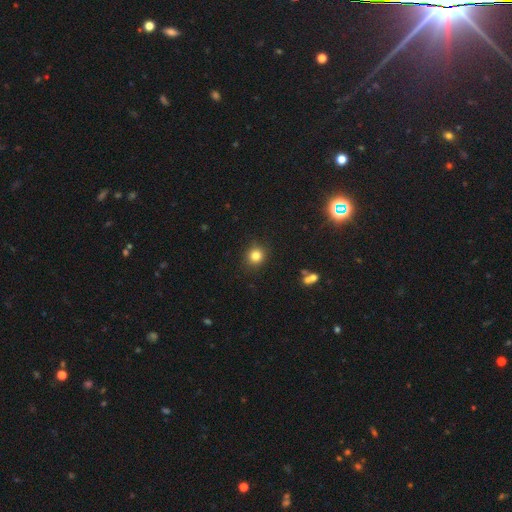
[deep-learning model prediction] Morphology: type=smooth (82%); roundness=round (89%); merging=none (89%).